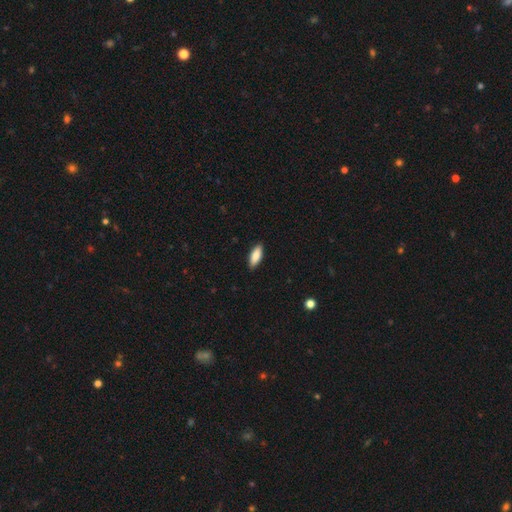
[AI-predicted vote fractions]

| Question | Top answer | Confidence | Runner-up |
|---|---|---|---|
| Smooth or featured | smooth | 87% | featured or disk (7%) |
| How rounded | in between | 74% | cigar-shaped (24%) |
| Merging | none | 89% | minor disturbance (8%) |